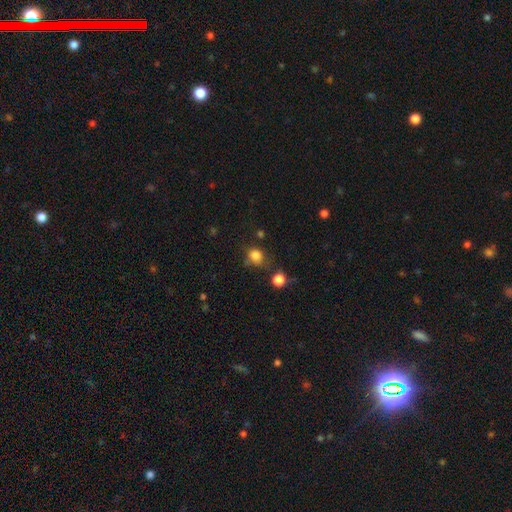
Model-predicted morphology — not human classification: Smooth or featured? Predicted: smooth (p=0.81). How rounded? Predicted: round (p=0.75). Merging? Predicted: none (p=0.63).